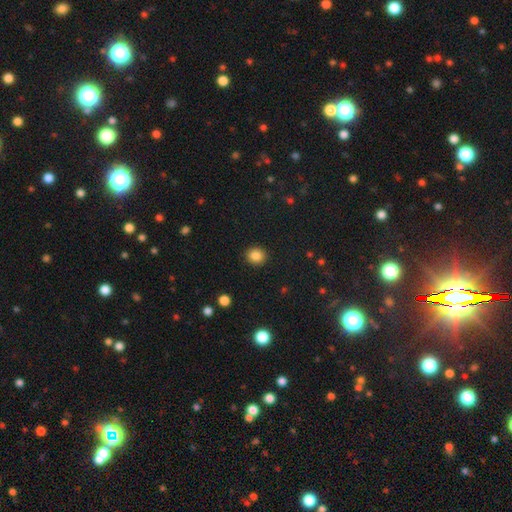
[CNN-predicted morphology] The model was most divided on "how rounded": round: 84%, in between: 16%, cigar-shaped: 1%. More confident: merging — none (91%); smooth or featured — smooth (86%).